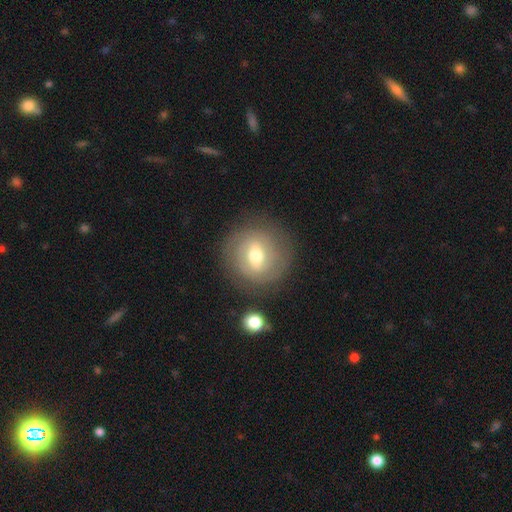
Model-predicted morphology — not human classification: The model was most divided on "spiral arms": yes: 59%, no: 41%. More confident: edge-on disk — no (94%); merging — none (82%); bulge size — moderate (71%); smooth or featured — featured or disk (57%); bar — weak (52%).